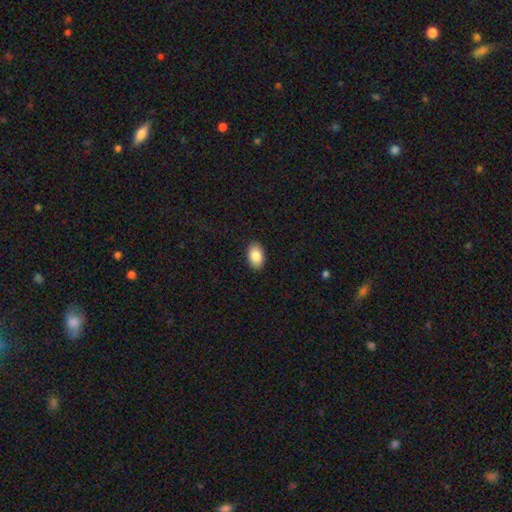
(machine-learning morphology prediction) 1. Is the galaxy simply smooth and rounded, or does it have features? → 87% smooth, 7% star or artifact, 6% featured or disk.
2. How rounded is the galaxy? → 90% in between, 8% round, 1% cigar-shaped.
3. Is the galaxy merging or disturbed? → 90% none, 7% minor disturbance, 2% major disturbance, 1% merger.